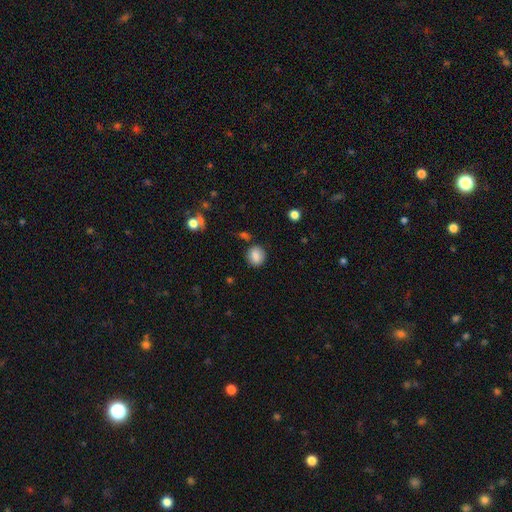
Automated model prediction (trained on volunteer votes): smooth-or-featured: smooth: 84% | star or artifact: 9% | featured or disk: 7%
  how-rounded: round: 73% | in between: 25% | cigar-shaped: 1%
  merging: none: 81% | minor disturbance: 11% | merger: 4% | major disturbance: 3%